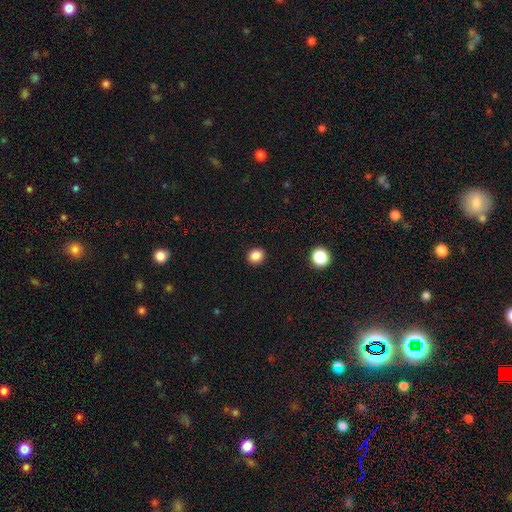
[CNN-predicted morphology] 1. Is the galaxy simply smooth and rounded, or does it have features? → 86% smooth, 11% star or artifact, 3% featured or disk.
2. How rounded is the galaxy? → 75% round, 25% in between, 1% cigar-shaped.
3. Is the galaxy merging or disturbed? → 92% none, 5% minor disturbance, 2% major disturbance, 1% merger.